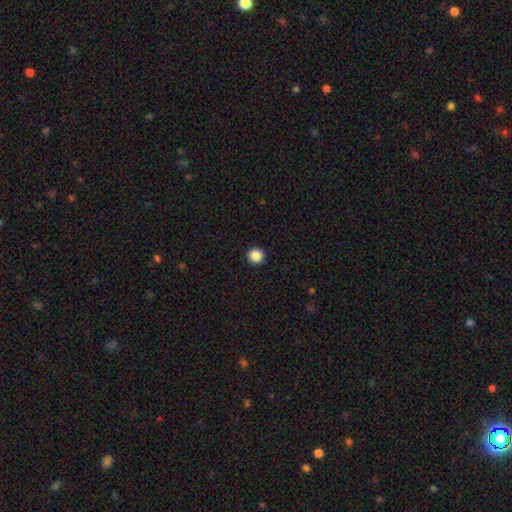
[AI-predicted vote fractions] A smooth galaxy with no disk features (87%) that is round (95%). Merging: none (94%).